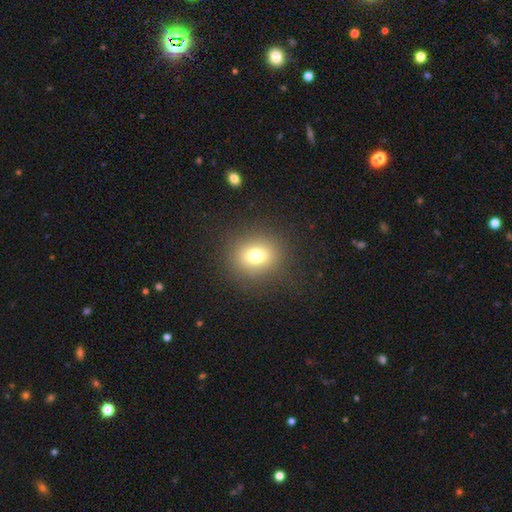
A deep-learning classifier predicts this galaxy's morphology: Smooth or featured? Predicted: smooth (p=0.74). How rounded? Predicted: round (p=0.77). Merging? Predicted: none (p=0.87).